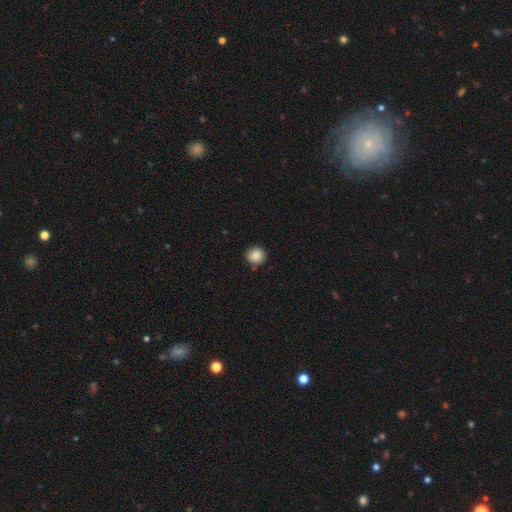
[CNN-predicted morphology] This is clearly a smooth galaxy (87%). How rounded: clearly round (89%). Merging: clearly none (84%).